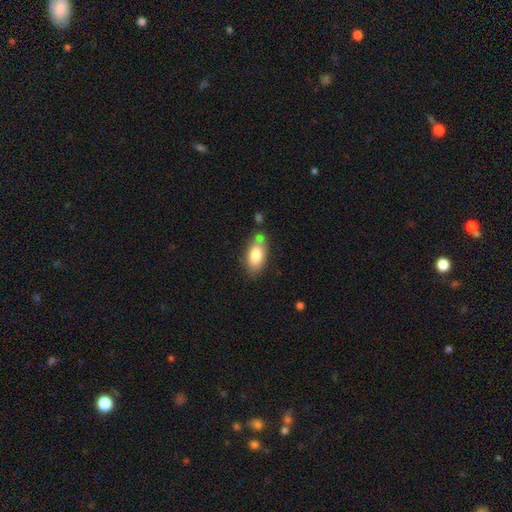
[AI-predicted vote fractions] This is likely a smooth galaxy (78%). How rounded: clearly in between (87%). Merging: likely none (65%).